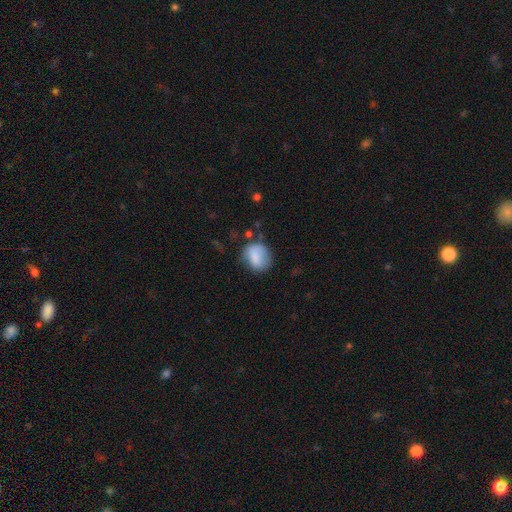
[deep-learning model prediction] A smooth galaxy with no disk features (80%) that is round (57%).

Vote fractions:
- Smooth or featured? smooth: 80% / featured or disk: 11% / star or artifact: 8%
- How rounded? round: 57% / in between: 41% / cigar-shaped: 1%
- Merging? none: 57% / minor disturbance: 27% / major disturbance: 12% / merger: 4%